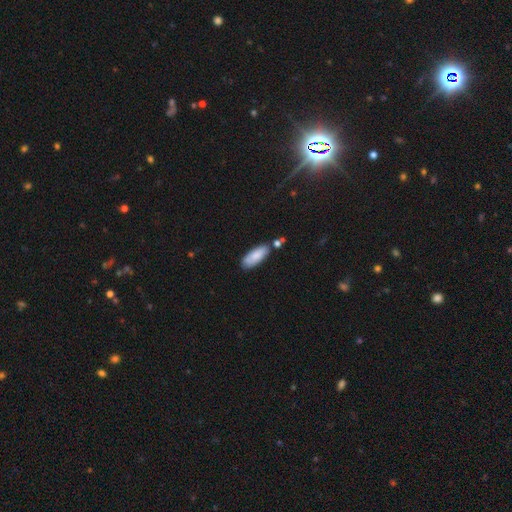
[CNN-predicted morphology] Smooth or featured?
  - smooth: 82% *
  - featured or disk: 12%
  - star or artifact: 6%
How rounded?
  - in between: 70% *
  - cigar-shaped: 28%
  - round: 2%
Merging?
  - none: 72% *
  - minor disturbance: 16%
  - merger: 9%
  - major disturbance: 3%